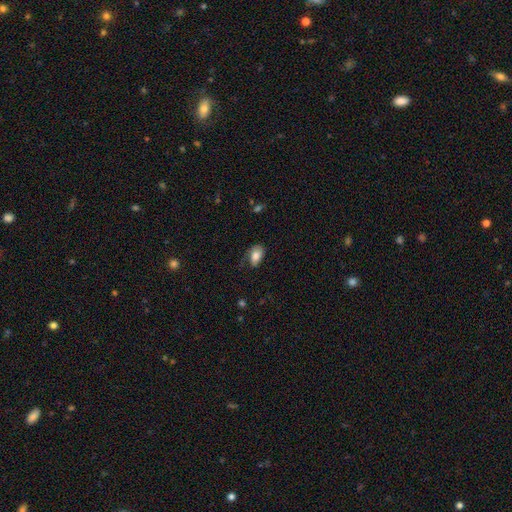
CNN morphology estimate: type=smooth (76%); roundness=in between (89%); merging=none (47%).